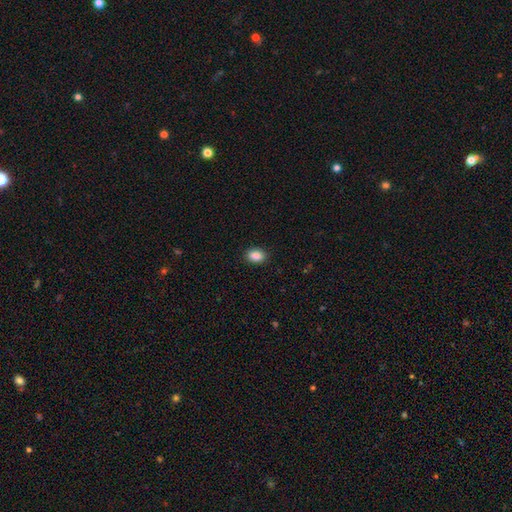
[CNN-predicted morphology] Q: Smooth or featured?
A: smooth (88%); runner-up: star or artifact (8%)
Q: How rounded?
A: in between (78%); runner-up: round (21%)
Q: Merging?
A: none (89%); runner-up: minor disturbance (8%)